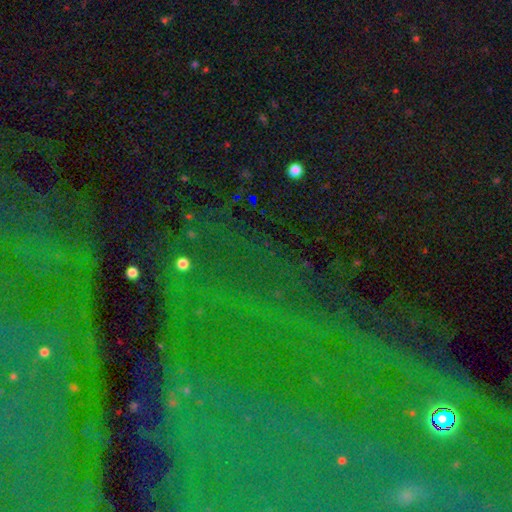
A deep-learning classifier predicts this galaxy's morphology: A star or artifact, not a galaxy (80%).